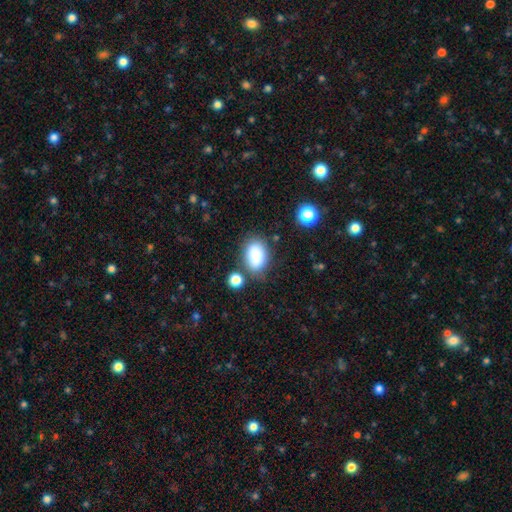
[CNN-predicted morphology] Smooth or featured? Predicted: smooth (p=0.86). How rounded? Predicted: in between (p=0.86). Merging? Predicted: none (p=0.72).